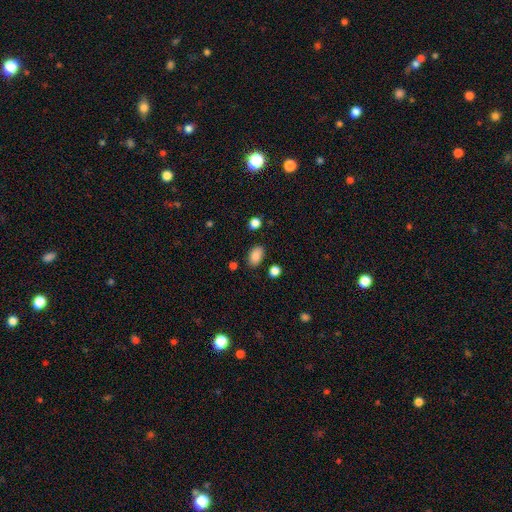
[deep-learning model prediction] Smooth or featured? smooth (87%)
How rounded? in between (88%)
Merging? none (83%)